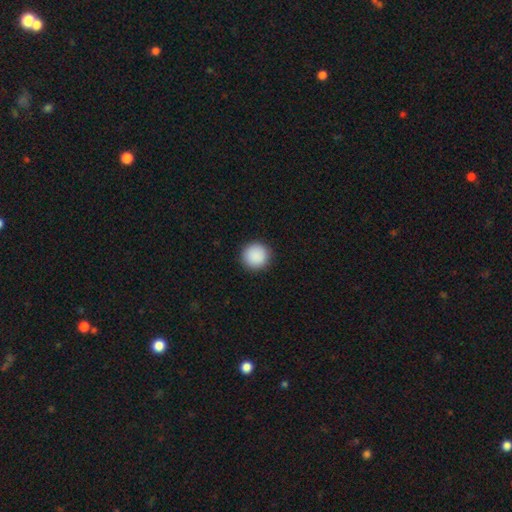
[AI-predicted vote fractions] A smooth galaxy with no disk features (90%) that is round (96%).

Vote fractions:
- Smooth or featured? smooth: 90% / star or artifact: 7% / featured or disk: 3%
- How rounded? round: 96% / in between: 3% / cigar-shaped: 1%
- Merging? none: 93% / minor disturbance: 5% / major disturbance: 2% / merger: 1%